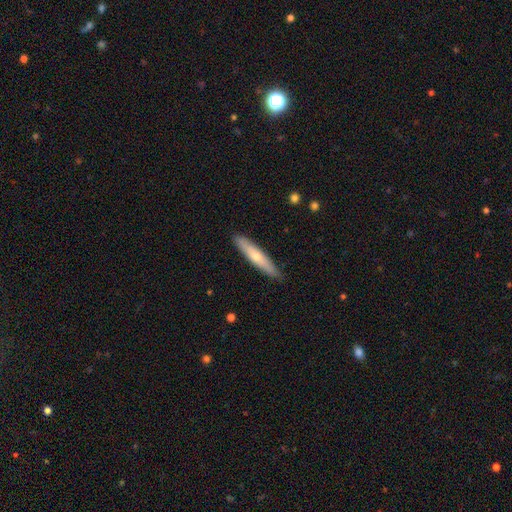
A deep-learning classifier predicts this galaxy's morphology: smooth-or-featured: smooth: 54% | featured or disk: 40% | star or artifact: 5%
  how-rounded: cigar-shaped: 89% | in between: 9% | round: 1%
  merging: none: 89% | minor disturbance: 9% | major disturbance: 1% | merger: 1%